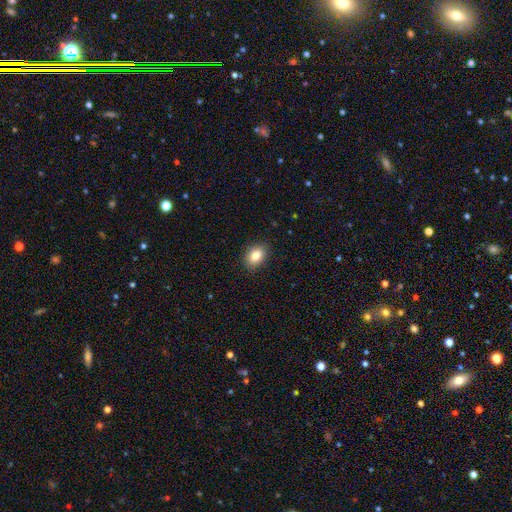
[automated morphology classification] This is clearly a smooth galaxy (84%). How rounded: likely in between (78%). Merging: clearly none (89%).